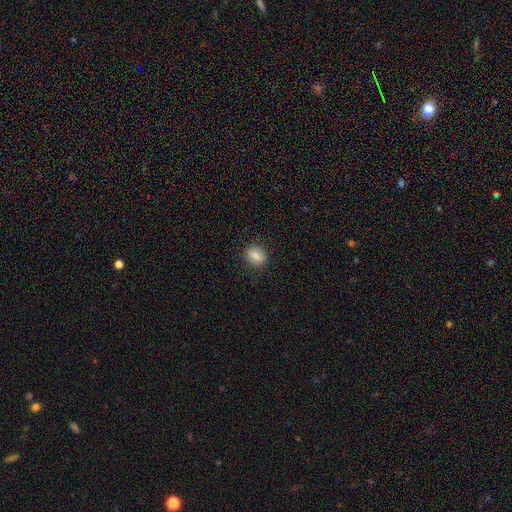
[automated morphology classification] A smooth galaxy with no disk features (85%) that is round (57%).

Vote fractions:
- Smooth or featured? smooth: 85% / star or artifact: 9% / featured or disk: 6%
- How rounded? round: 57% / in between: 42% / cigar-shaped: 1%
- Merging? none: 89% / minor disturbance: 8% / major disturbance: 2% / merger: 1%